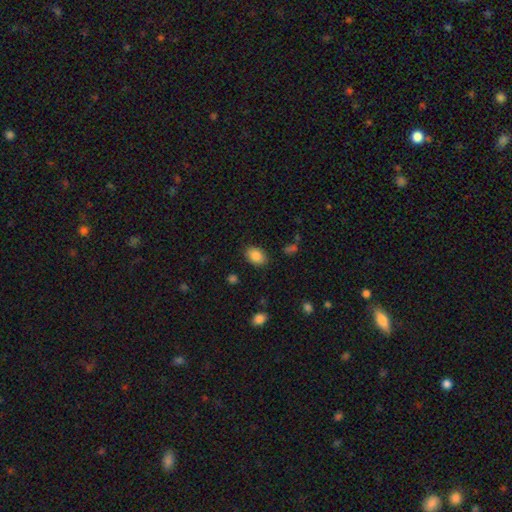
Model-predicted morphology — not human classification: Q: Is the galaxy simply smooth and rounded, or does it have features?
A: smooth — 87%.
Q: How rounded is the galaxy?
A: in between — 81%.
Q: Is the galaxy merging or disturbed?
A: none — 85%.